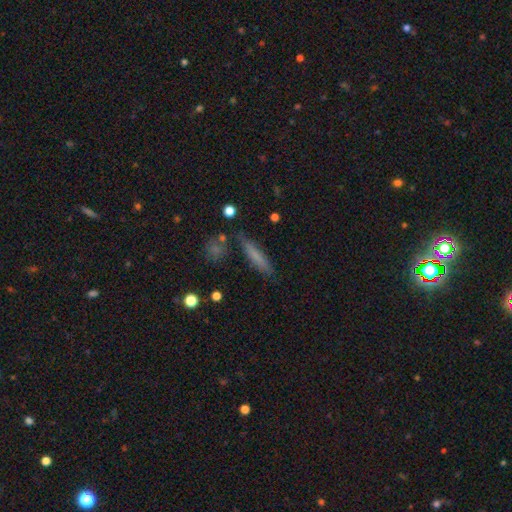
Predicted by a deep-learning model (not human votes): Smooth or featured: smooth — 69% (featured or disk — 22%)
How rounded: cigar-shaped — 87% (in between — 10%)
Merging: none — 79% (minor disturbance — 13%)